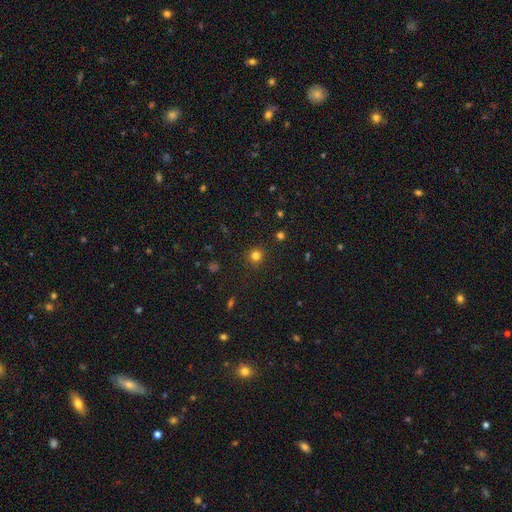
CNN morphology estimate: Smooth or featured? smooth (79%)
How rounded? round (93%)
Merging? none (89%)